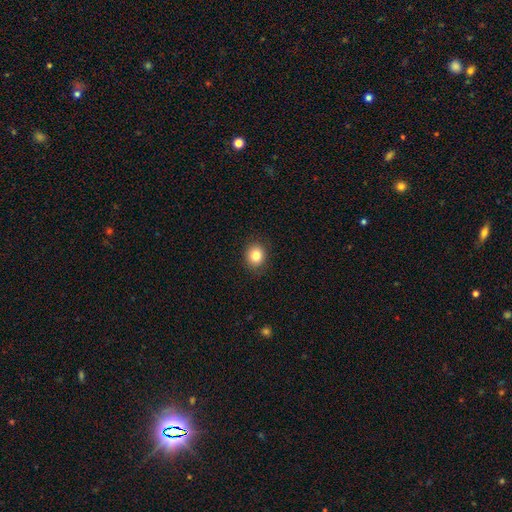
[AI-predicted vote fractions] smooth 83%, star or artifact 10%, featured or disk 7%. Down the decision tree: how rounded — round (74%); merging — none (89%).